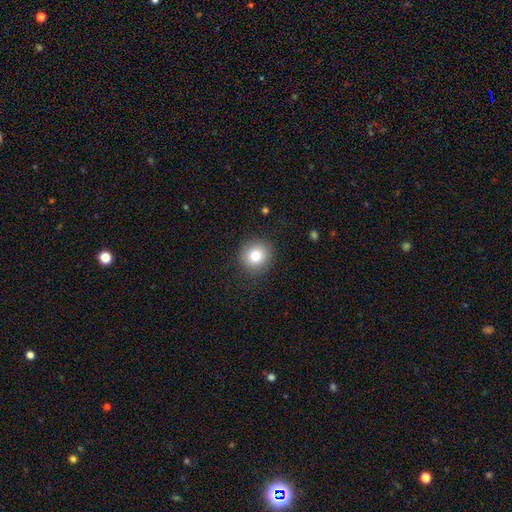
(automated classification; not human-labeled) Q: Smooth or featured?
A: smooth (79%); runner-up: star or artifact (11%)
Q: How rounded?
A: round (91%); runner-up: in between (8%)
Q: Merging?
A: none (90%); runner-up: minor disturbance (7%)